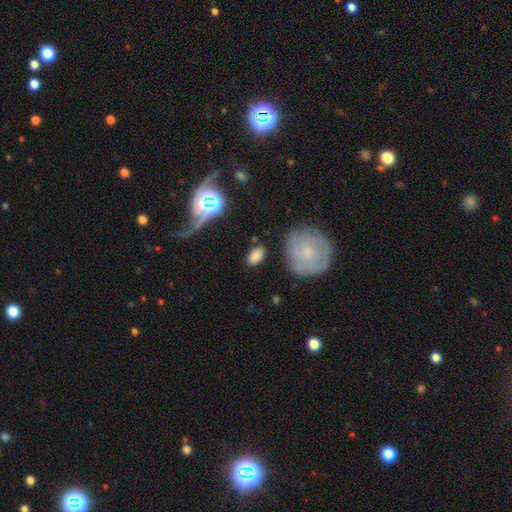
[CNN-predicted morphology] smooth_or_featured: smooth (p=0.80) [alt: featured or disk p=0.11]
how_rounded: in between (p=0.90) [alt: round p=0.08]
merging: none (p=0.80) [alt: minor disturbance p=0.12]